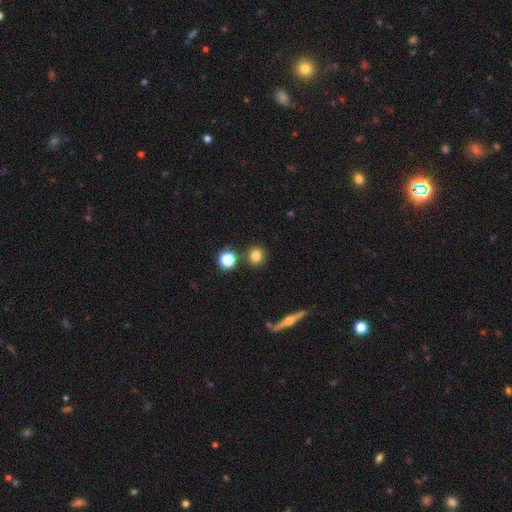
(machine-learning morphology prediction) The model was most divided on "smooth or featured": smooth: 79%, star or artifact: 13%, featured or disk: 8%. More confident: how rounded — round (85%); merging — none (84%).